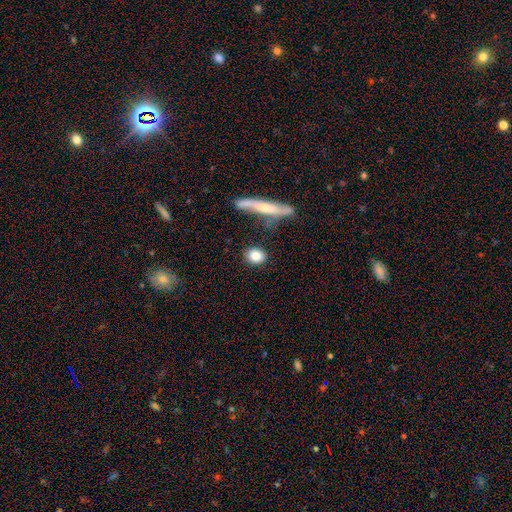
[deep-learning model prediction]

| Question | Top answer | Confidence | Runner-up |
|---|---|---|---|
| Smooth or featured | smooth | 82% | featured or disk (10%) |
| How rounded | round | 54% | in between (40%) |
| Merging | none | 83% | minor disturbance (9%) |